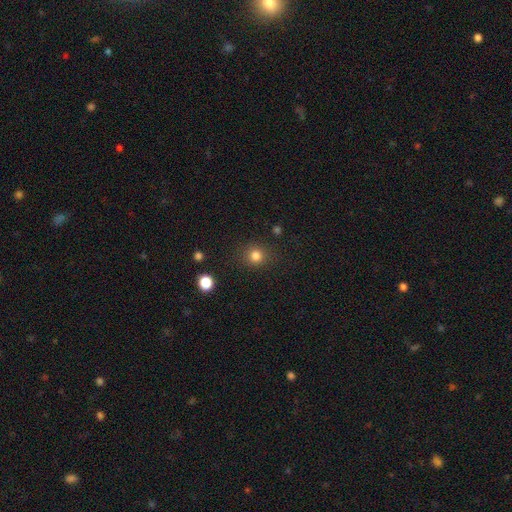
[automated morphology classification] Smooth or featured?
  - smooth: 81% *
  - star or artifact: 14%
  - featured or disk: 5%
How rounded?
  - round: 88% *
  - in between: 11%
  - cigar-shaped: 1%
Merging?
  - none: 87% *
  - minor disturbance: 8%
  - major disturbance: 3%
  - merger: 2%